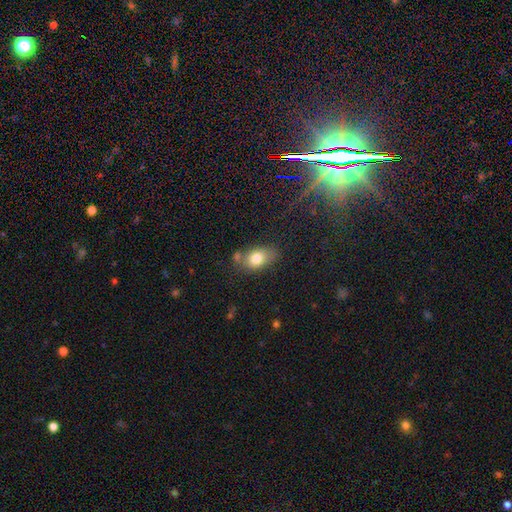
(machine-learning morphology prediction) A smooth galaxy with no disk features (68%) that is in between round and cigar-shaped (79%).

Vote fractions:
- Smooth or featured? smooth: 68% / star or artifact: 18% / featured or disk: 13%
- How rounded? in between: 79% / round: 19% / cigar-shaped: 2%
- Merging? none: 71% / minor disturbance: 15% / merger: 10% / major disturbance: 4%